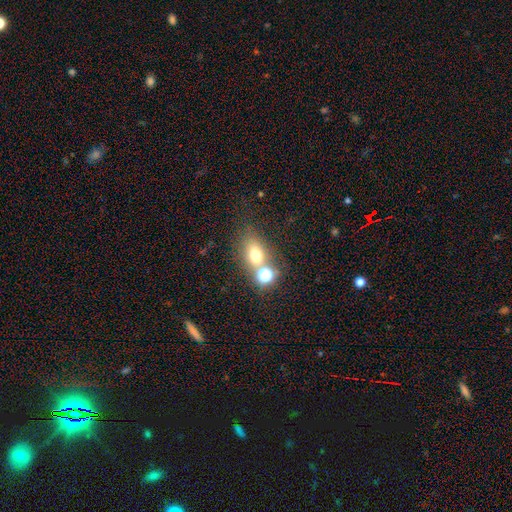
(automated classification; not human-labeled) Q: Smooth or featured?
A: smooth (65%); runner-up: star or artifact (20%)
Q: How rounded?
A: in between (54%); runner-up: round (43%)
Q: Merging?
A: none (52%); runner-up: merger (30%)